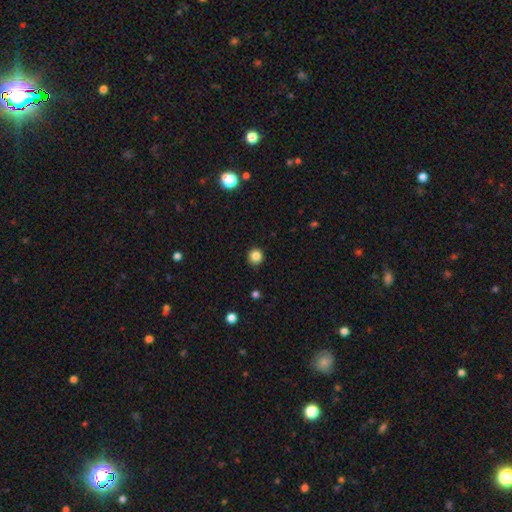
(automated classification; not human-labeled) smooth 84%, star or artifact 11%, featured or disk 5%. Down the decision tree: how rounded — round (92%); merging — none (92%).